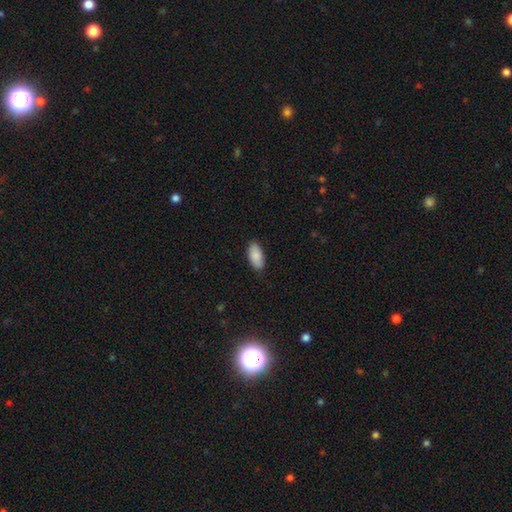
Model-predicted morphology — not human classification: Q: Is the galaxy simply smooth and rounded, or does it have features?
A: smooth — 87%.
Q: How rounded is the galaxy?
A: in between — 92%.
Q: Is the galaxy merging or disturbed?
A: none — 84%.